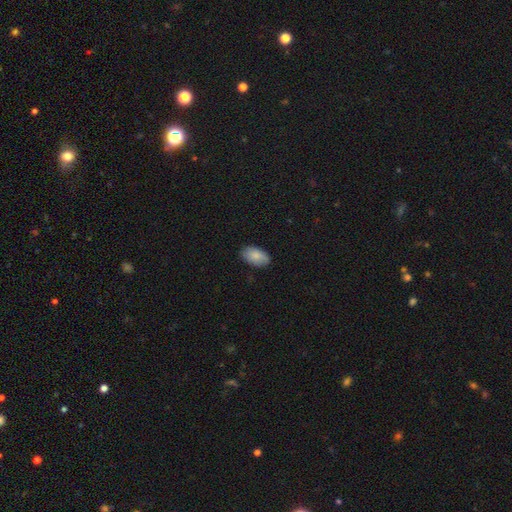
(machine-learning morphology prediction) The model was most divided on "merging": none: 84%, minor disturbance: 13%, major disturbance: 2%, merger: 1%. More confident: how rounded — in between (94%); smooth or featured — smooth (86%).